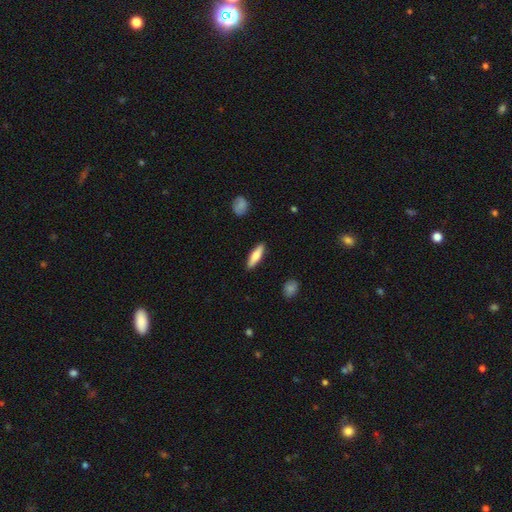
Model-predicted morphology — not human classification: Smooth or featured: smooth — 70% (featured or disk — 25%)
How rounded: cigar-shaped — 63% (in between — 35%)
Merging: none — 89% (minor disturbance — 8%)